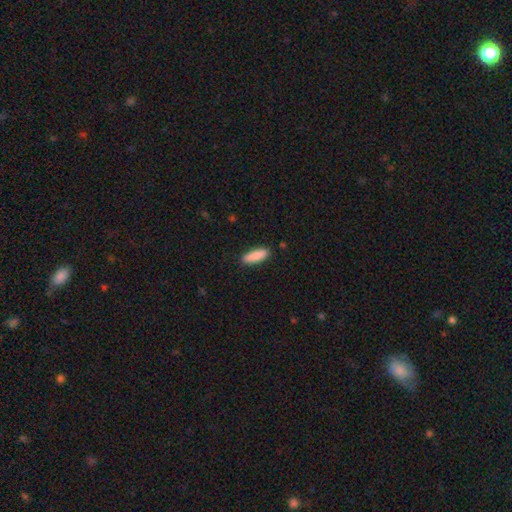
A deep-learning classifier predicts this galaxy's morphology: This is clearly a smooth galaxy (89%). How rounded: possibly cigar-shaped (55%). Merging: clearly none (89%).